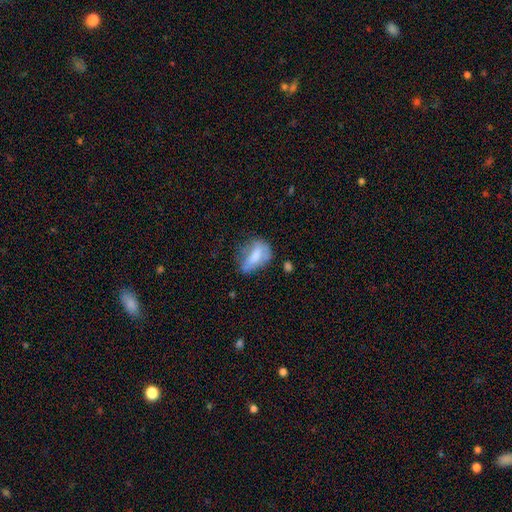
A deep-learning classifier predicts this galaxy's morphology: A smooth galaxy with no disk features (63%) that is in between round and cigar-shaped (80%).

Vote fractions:
- Smooth or featured? smooth: 63% / featured or disk: 28% / star or artifact: 9%
- How rounded? in between: 80% / round: 14% / cigar-shaped: 6%
- Merging? none: 38% / minor disturbance: 33% / major disturbance: 23% / merger: 6%